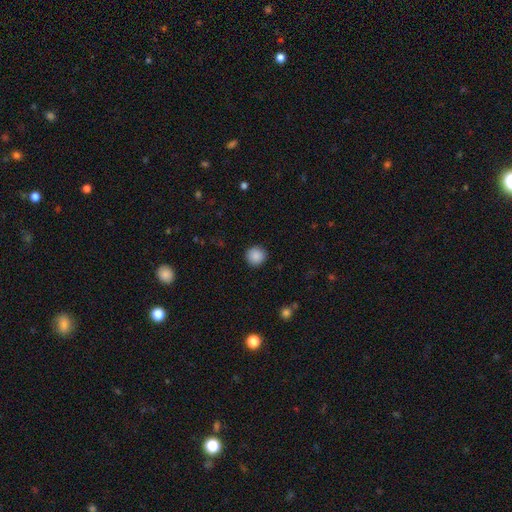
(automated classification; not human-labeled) This appears to be a smooth galaxy with no disk features (88%) that is round (95%). Merging: none (92%).